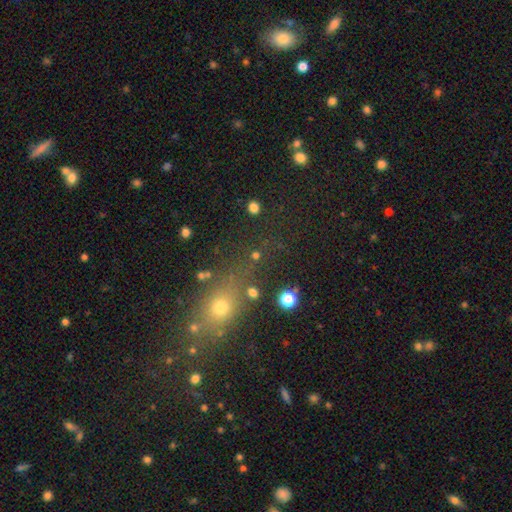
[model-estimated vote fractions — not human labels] Q: Smooth or featured?
A: smooth (62%); runner-up: star or artifact (28%)
Q: How rounded?
A: round (81%); runner-up: in between (16%)
Q: Merging?
A: none (73%); runner-up: minor disturbance (10%)